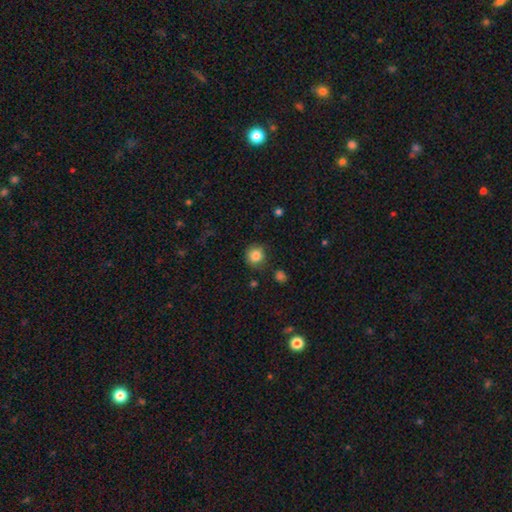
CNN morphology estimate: Smooth or featured: smooth — 84% (star or artifact — 11%)
How rounded: round — 91% (in between — 8%)
Merging: none — 83% (minor disturbance — 11%)